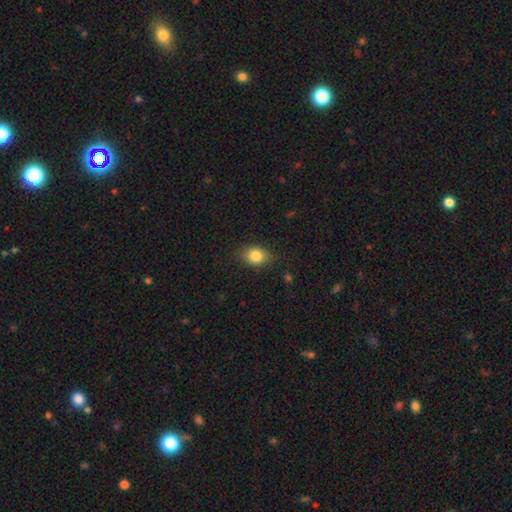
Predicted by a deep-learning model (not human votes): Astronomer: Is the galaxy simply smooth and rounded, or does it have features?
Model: smooth — 82%.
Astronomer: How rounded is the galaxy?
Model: in between — 57% (runner-up: round, 42%).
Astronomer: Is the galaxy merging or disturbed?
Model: none — 79%.